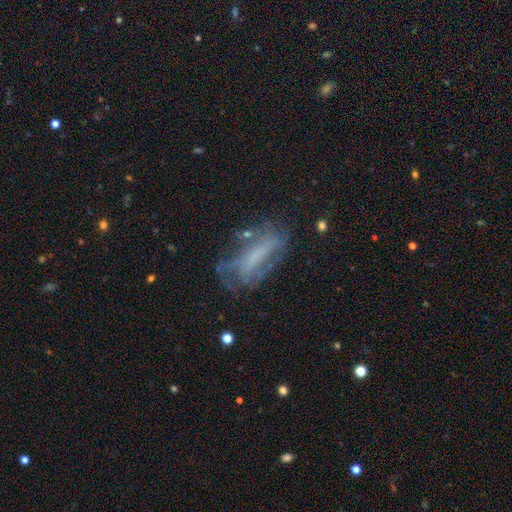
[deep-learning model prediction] featured or disk 50%, smooth 35%, star or artifact 15%. Down the decision tree: edge-on disk — no (76%); merging — none (51%).